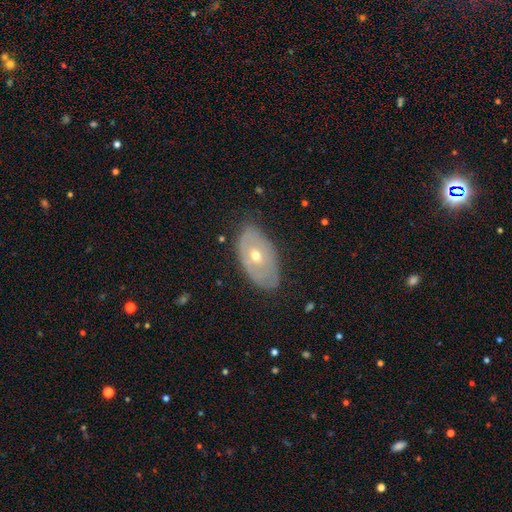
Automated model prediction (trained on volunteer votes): Q: Smooth or featured?
A: featured or disk (58%); runner-up: smooth (35%)
Q: Edge-on disk?
A: no (87%); runner-up: yes (13%)
Q: Bar?
A: no (84%); runner-up: weak (12%)
Q: Spiral arms?
A: no (71%); runner-up: yes (29%)
Q: Bulge size?
A: moderate (57%); runner-up: small (39%)
Q: Merging?
A: none (75%); runner-up: minor disturbance (19%)